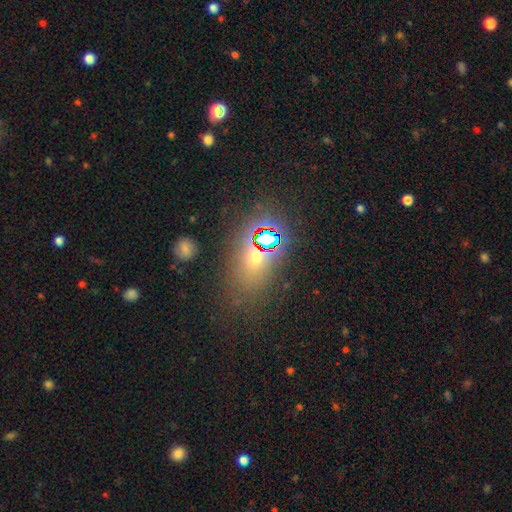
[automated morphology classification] Smooth or featured?
  - smooth: 44% *
  - star or artifact: 43%
  - featured or disk: 13%
Merging?
  - none: 69% *
  - minor disturbance: 14%
  - major disturbance: 9%
  - merger: 7%